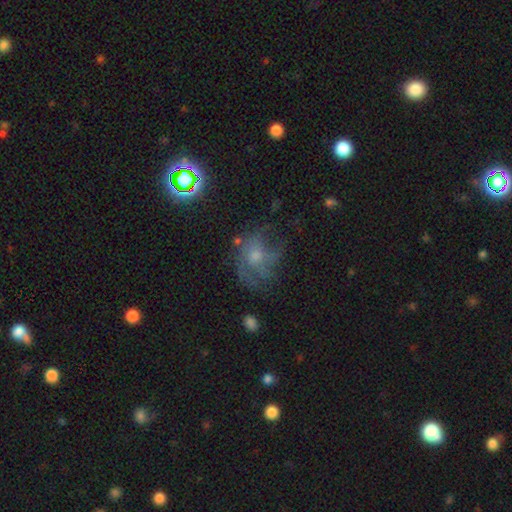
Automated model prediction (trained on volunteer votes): featured or disk 49%, smooth 31%, star or artifact 21%. Down the decision tree: merging — none (51%).